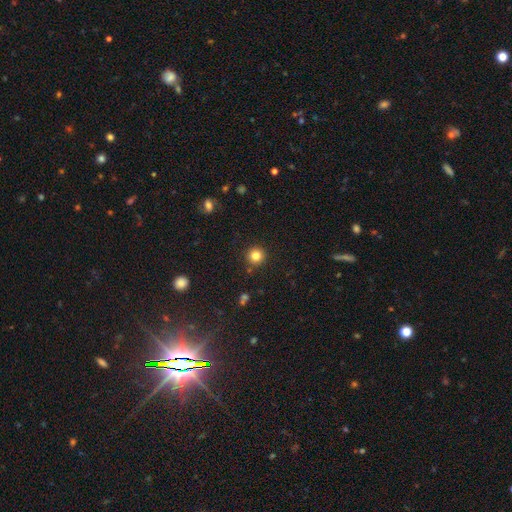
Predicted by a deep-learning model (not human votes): smooth-or-featured: smooth: 82% | star or artifact: 12% | featured or disk: 6%
  how-rounded: round: 95% | in between: 4% | cigar-shaped: 1%
  merging: none: 91% | minor disturbance: 5% | merger: 2% | major disturbance: 2%